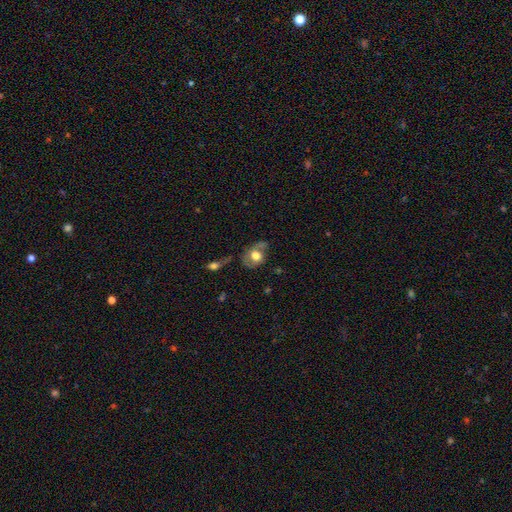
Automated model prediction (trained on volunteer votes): The model was most divided on "merging": none: 42%, minor disturbance: 28%, major disturbance: 22%, merger: 8%. More confident: how rounded — in between (60%); smooth or featured — smooth (57%).